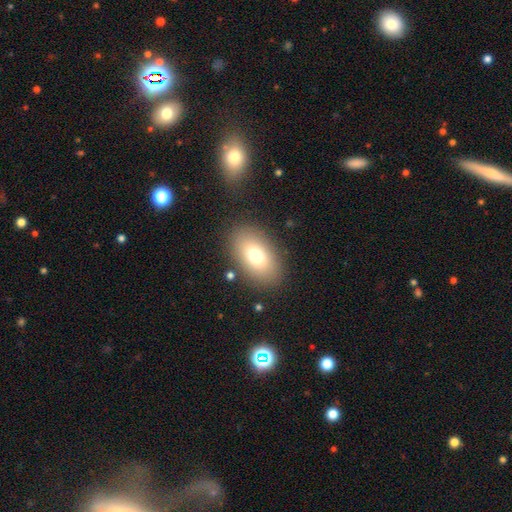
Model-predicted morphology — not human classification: A smooth galaxy with no disk features (76%) that is in between round and cigar-shaped (91%). Merging: none (85%).